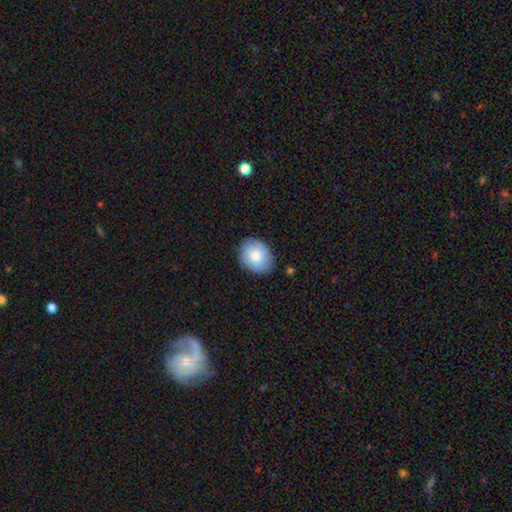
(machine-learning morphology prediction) Overall: smooth (75%). How rounded: in between (57%; round 42%). Merging: none (82%).